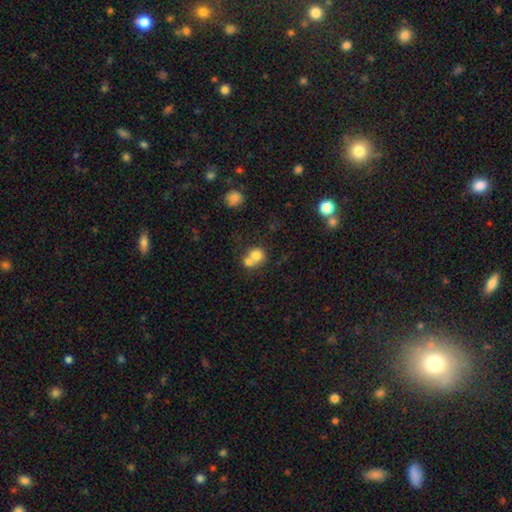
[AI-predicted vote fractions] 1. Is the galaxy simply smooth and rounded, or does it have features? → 74% smooth, 15% featured or disk, 11% star or artifact.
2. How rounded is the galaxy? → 75% round, 24% in between, 1% cigar-shaped.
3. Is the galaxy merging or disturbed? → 59% merger, 30% none, 7% minor disturbance, 3% major disturbance.